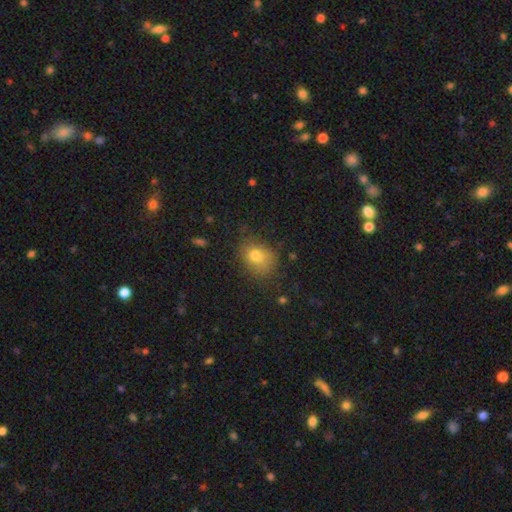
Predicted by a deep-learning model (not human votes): The model was most divided on "how rounded": in between: 58%, round: 41%, cigar-shaped: 1%. More confident: smooth or featured — smooth (77%); merging — none (67%).